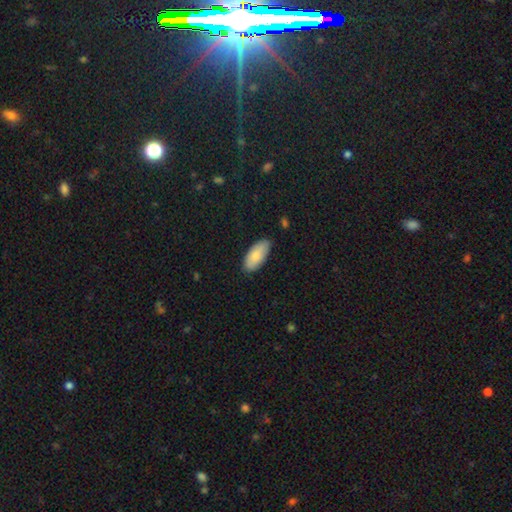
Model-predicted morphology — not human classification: A smooth galaxy with no disk features (81%) that is in between round and cigar-shaped (92%). Merging: none (82%).